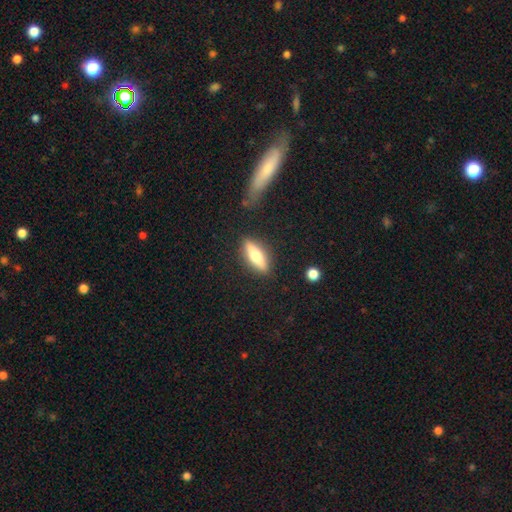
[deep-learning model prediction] Overall: smooth (48%; featured or disk 46%). Merging: none (86%).